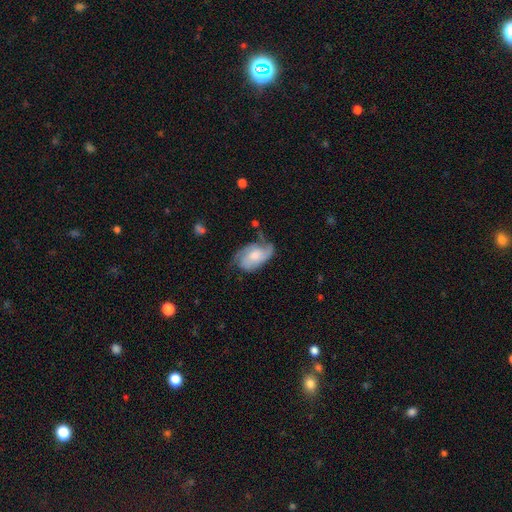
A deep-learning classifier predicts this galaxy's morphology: Smooth or featured? Predicted: featured or disk (p=0.63). Edge-on disk? Predicted: no (p=0.96). Bar? Predicted: no (p=0.69). Spiral arms? Predicted: yes (p=0.87). Spiral winding? Predicted: medium (p=0.43). Spiral arm count? Predicted: 2 (p=0.47). Bulge size? Predicted: moderate (p=0.52). Merging? Predicted: none (p=0.46).